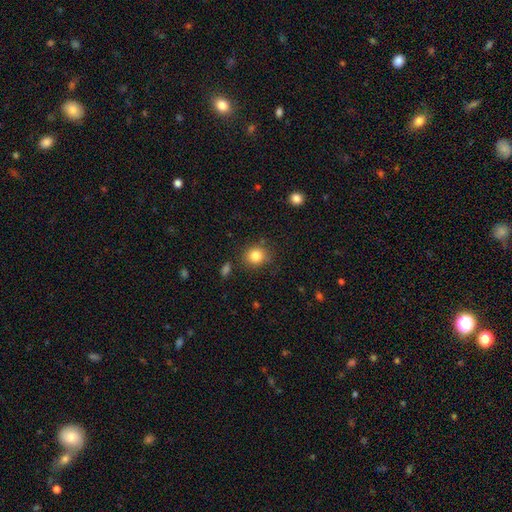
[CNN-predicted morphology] This is clearly a smooth galaxy (83%). How rounded: clearly round (80%). Merging: clearly none (83%).